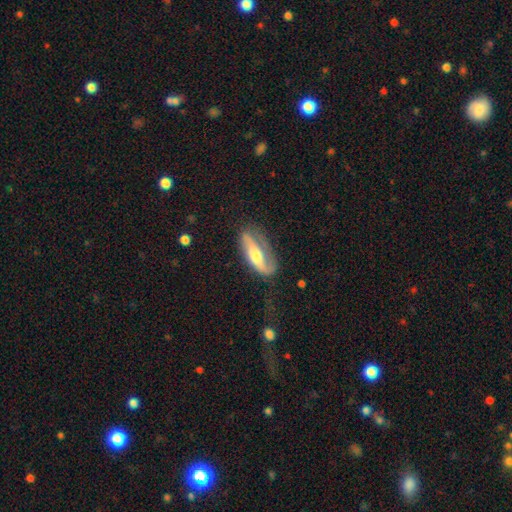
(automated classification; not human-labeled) The model was most divided on "bar": no: 35%, weak: 32%, strong: 32%. More confident: spiral arms — yes (85%); edge-on disk — no (83%); smooth or featured — featured or disk (69%); bulge size — moderate (59%); merging — none (54%).